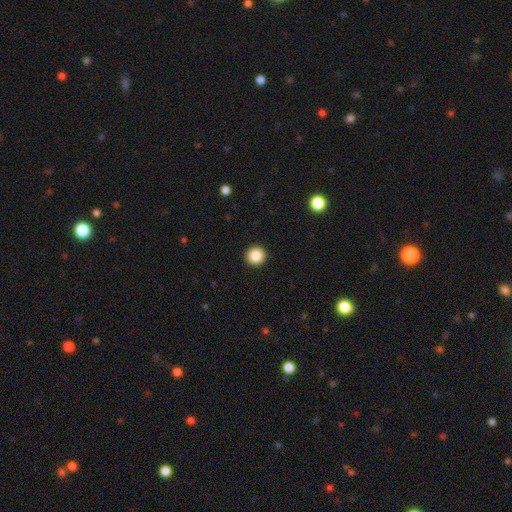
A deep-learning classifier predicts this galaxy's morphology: Overall: smooth (87%). How rounded: round (95%). Merging: none (94%).